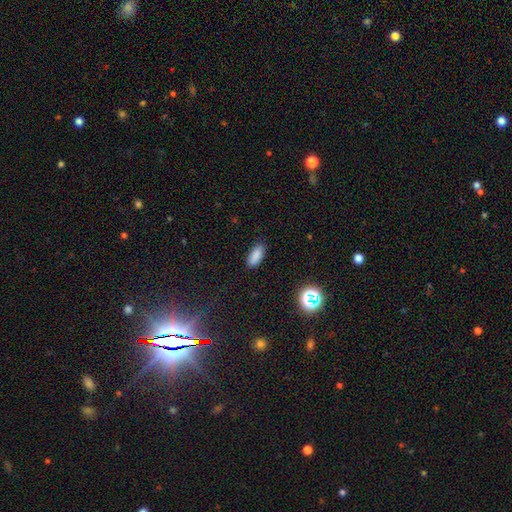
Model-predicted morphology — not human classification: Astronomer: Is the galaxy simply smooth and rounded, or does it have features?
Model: smooth — 85%.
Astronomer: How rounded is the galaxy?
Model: in between — 84%.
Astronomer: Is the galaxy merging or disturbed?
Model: none — 86%.